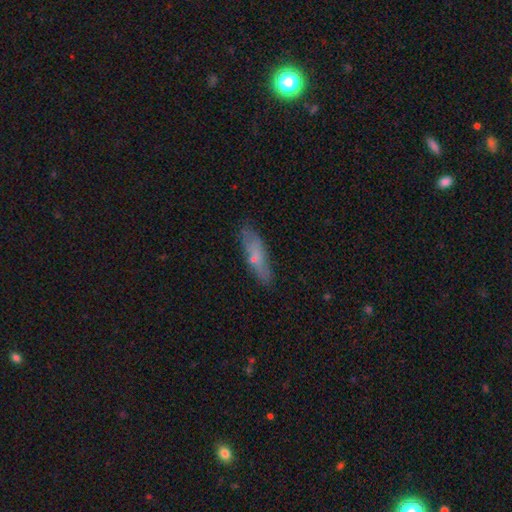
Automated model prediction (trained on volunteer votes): A smooth galaxy with no disk features (62%) that is cigar-shaped (64%).

Vote fractions:
- Smooth or featured? smooth: 62% / featured or disk: 31% / star or artifact: 7%
- How rounded? cigar-shaped: 64% / in between: 34% / round: 2%
- Merging? none: 73% / minor disturbance: 20% / major disturbance: 5% / merger: 2%